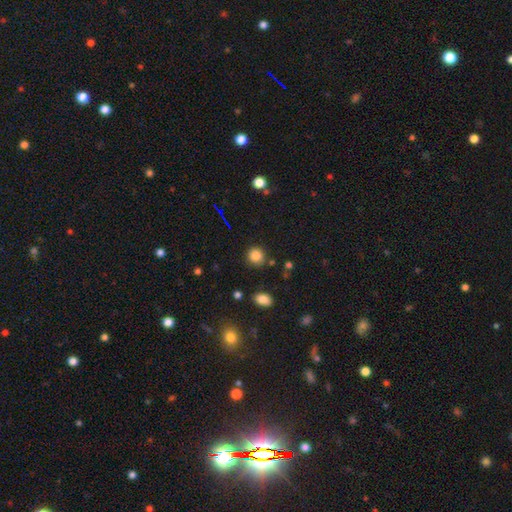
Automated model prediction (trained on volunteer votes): Smooth or featured?
  - smooth: 83% *
  - star or artifact: 12%
  - featured or disk: 5%
How rounded?
  - round: 89% *
  - in between: 10%
  - cigar-shaped: 1%
Merging?
  - none: 85% *
  - minor disturbance: 9%
  - merger: 3%
  - major disturbance: 3%